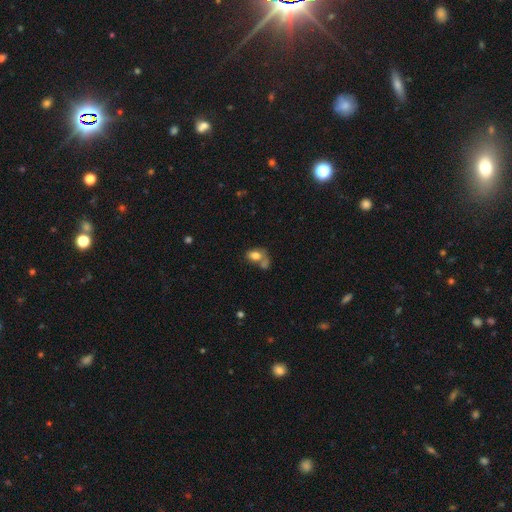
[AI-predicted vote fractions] smooth 78%, featured or disk 13%, star or artifact 10%. Down the decision tree: how rounded — in between (79%); merging — merger (44%).